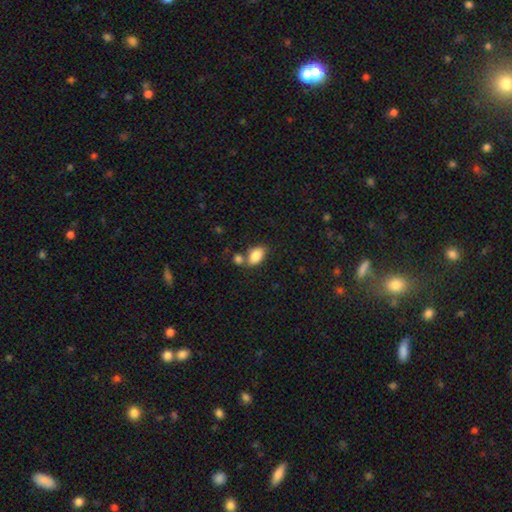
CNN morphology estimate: Q: Smooth or featured?
A: smooth (86%); runner-up: star or artifact (8%)
Q: How rounded?
A: in between (90%); runner-up: round (8%)
Q: Merging?
A: none (59%); runner-up: merger (24%)